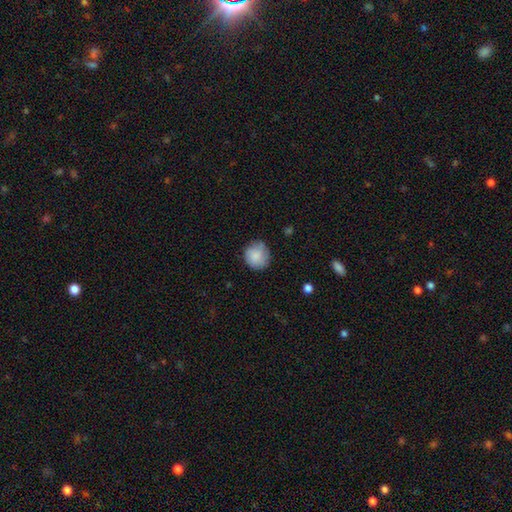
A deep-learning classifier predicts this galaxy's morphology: Smooth or featured: smooth — 83% (featured or disk — 10%)
How rounded: round — 88% (in between — 11%)
Merging: none — 75% (minor disturbance — 20%)